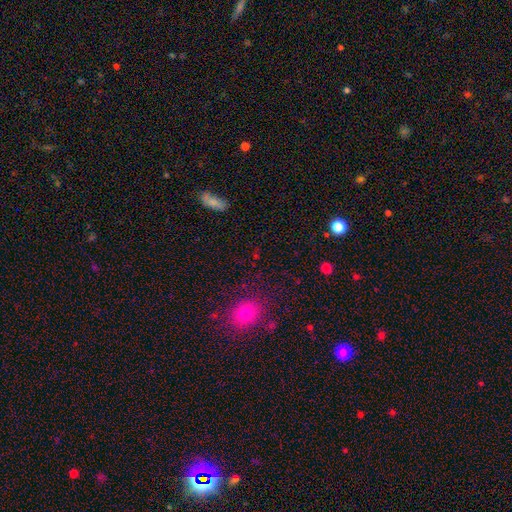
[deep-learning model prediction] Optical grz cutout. It shows a smooth galaxy with no disk features (53%) that is round (57%). Merging: none (80%).